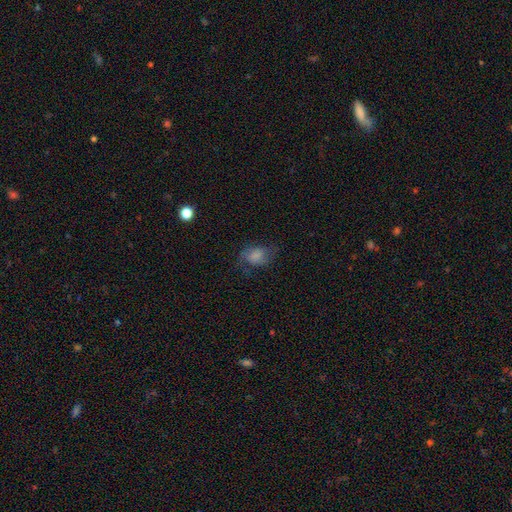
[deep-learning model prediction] A smooth galaxy with no disk features (62%) that is in between round and cigar-shaped (76%). Merging: none (55%).